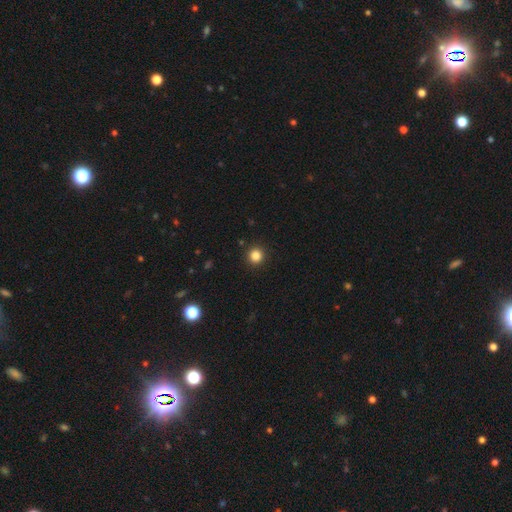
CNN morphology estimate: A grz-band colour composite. It shows a smooth galaxy with no disk features (84%) that is round (95%). Merging: none (92%).